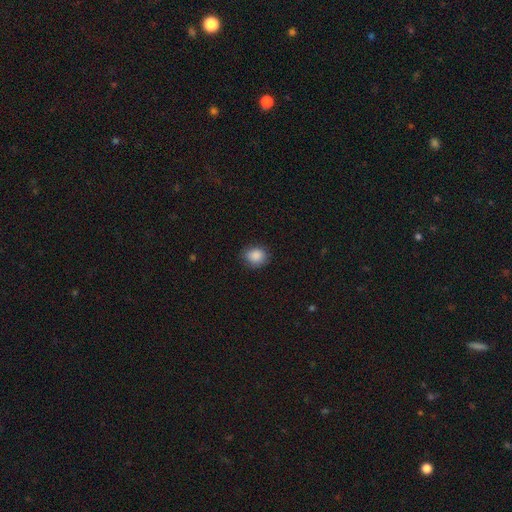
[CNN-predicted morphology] Smooth or featured?
  - smooth: 88% *
  - star or artifact: 8%
  - featured or disk: 4%
How rounded?
  - round: 58% *
  - in between: 41%
  - cigar-shaped: 1%
Merging?
  - none: 82% *
  - minor disturbance: 14%
  - major disturbance: 3%
  - merger: 1%